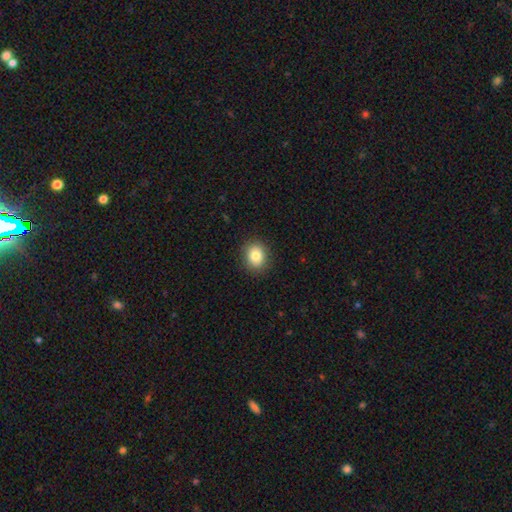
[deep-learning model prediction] Smooth or featured?
  - smooth: 82% *
  - star or artifact: 10%
  - featured or disk: 8%
How rounded?
  - round: 65% *
  - in between: 34%
  - cigar-shaped: 1%
Merging?
  - none: 89% *
  - minor disturbance: 8%
  - major disturbance: 2%
  - merger: 1%